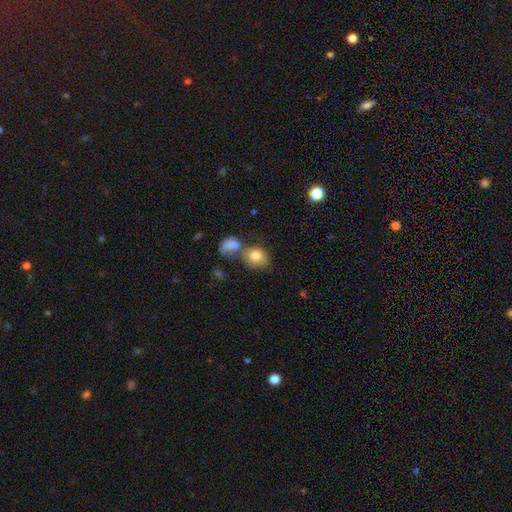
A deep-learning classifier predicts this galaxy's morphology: type=smooth (80%); roundness=round (56%); merging=merger (42%).